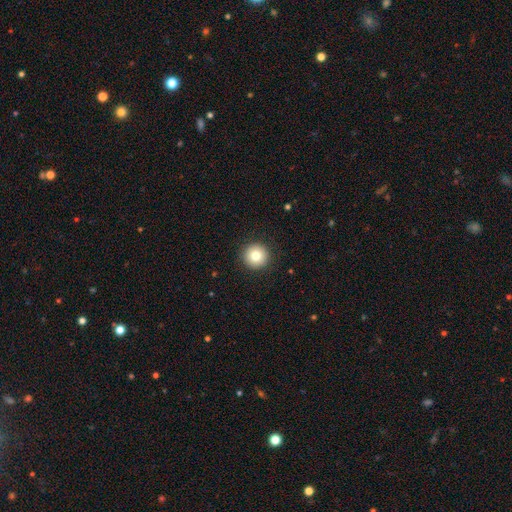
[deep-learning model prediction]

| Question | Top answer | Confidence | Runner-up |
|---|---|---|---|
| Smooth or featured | smooth | 80% | featured or disk (10%) |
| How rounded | round | 96% | in between (3%) |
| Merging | none | 93% | minor disturbance (5%) |